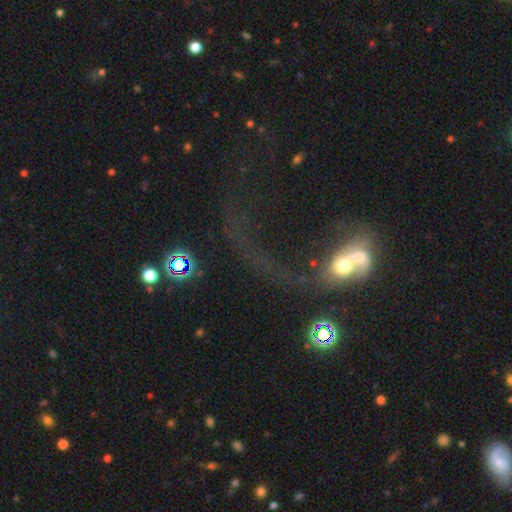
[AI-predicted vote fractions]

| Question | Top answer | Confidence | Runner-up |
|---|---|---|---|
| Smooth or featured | featured or disk | 46% | smooth (33%) |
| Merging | merger | 58% | major disturbance (22%) |